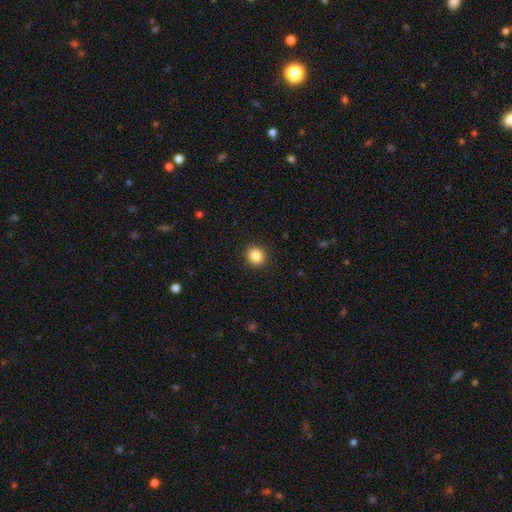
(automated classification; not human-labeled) This is clearly a smooth galaxy (86%). How rounded: clearly round (86%). Merging: clearly none (92%).